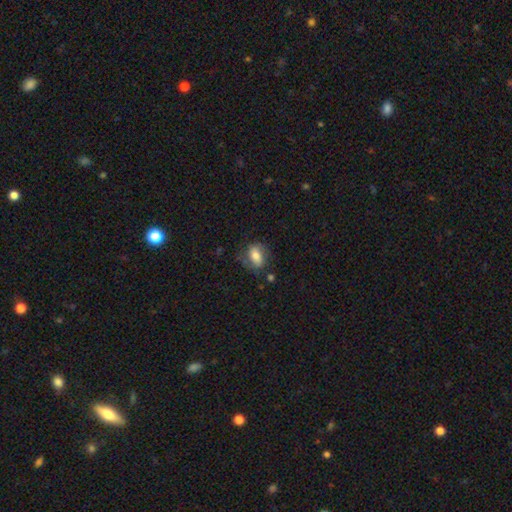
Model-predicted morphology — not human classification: This is likely a smooth galaxy (67%). How rounded: likely in between (80%). Merging: likely none (64%).